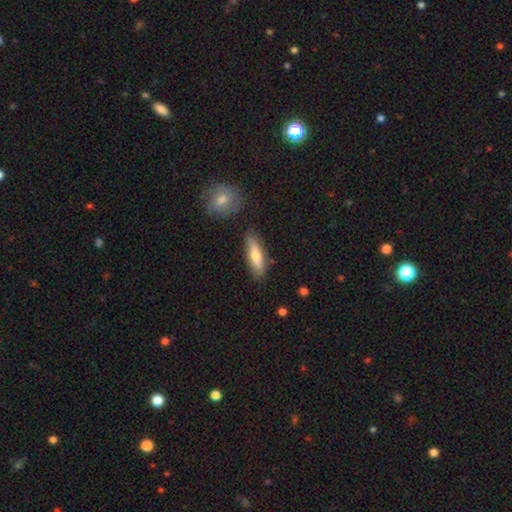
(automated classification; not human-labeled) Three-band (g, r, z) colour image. It shows a smooth galaxy with no disk features (62%) that is cigar-shaped (60%). Merging: none (82%).